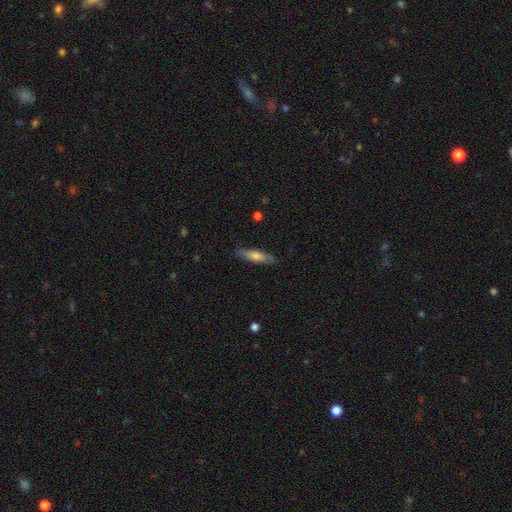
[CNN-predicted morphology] Smooth or featured? Predicted: smooth (p=0.64). How rounded? Predicted: cigar-shaped (p=0.64). Merging? Predicted: none (p=0.81).